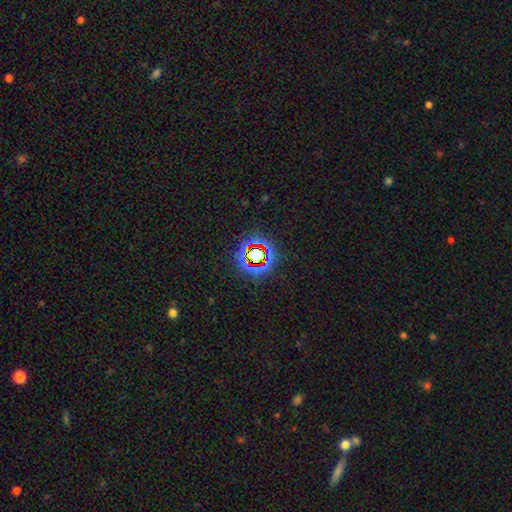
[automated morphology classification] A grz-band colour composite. It shows a star or artifact, not a galaxy (73%).